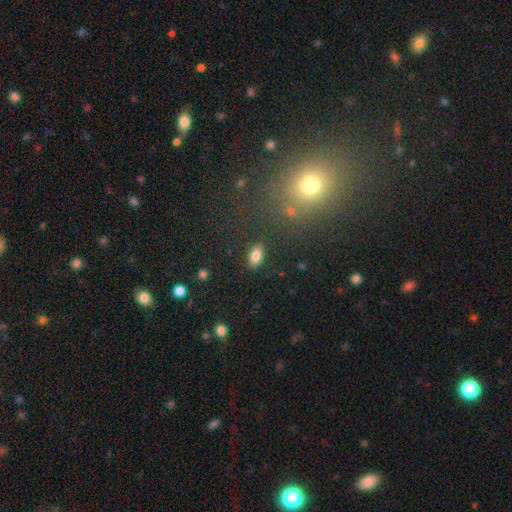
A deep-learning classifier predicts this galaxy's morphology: Smooth or featured? smooth (82%)
How rounded? in between (91%)
Merging? none (86%)